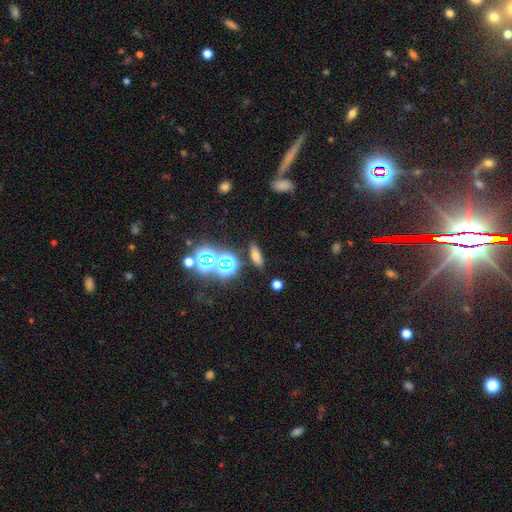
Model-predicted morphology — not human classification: type=smooth (61%); roundness=in between (58%); merging=none (83%).